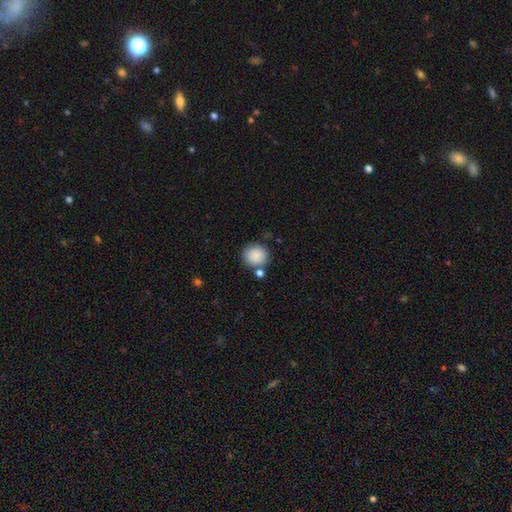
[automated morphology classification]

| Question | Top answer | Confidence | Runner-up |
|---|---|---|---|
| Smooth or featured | smooth | 88% | star or artifact (8%) |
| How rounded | round | 84% | in between (15%) |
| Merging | none | 77% | minor disturbance (10%) |